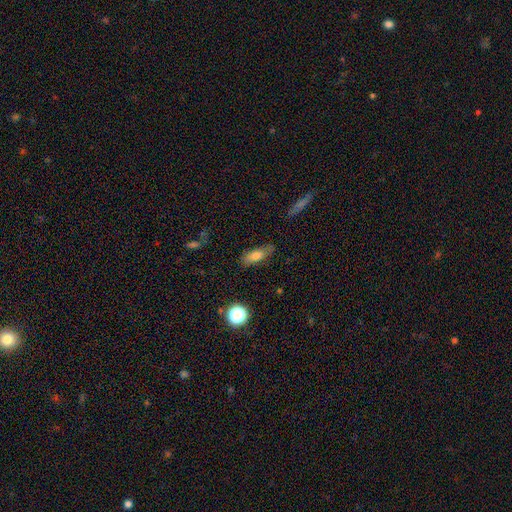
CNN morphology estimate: type=smooth (72%); roundness=in between (64%); merging=none (75%).